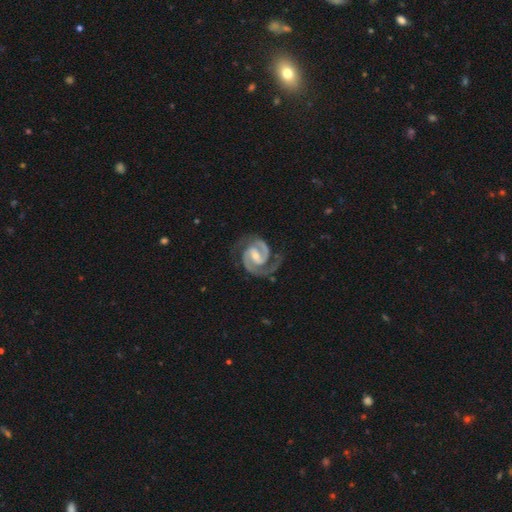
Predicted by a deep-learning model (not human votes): This appears to be a featured or disk galaxy (94%) with a weak bar (47%), 2 (93%) medium (48%) spiral arms (99%) and a small central bulge (50%). Merging: none (75%).